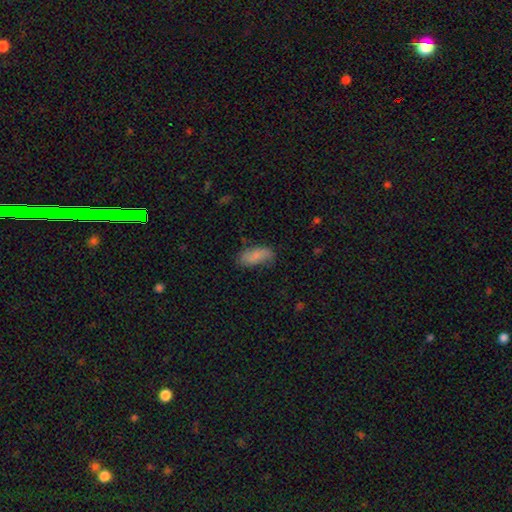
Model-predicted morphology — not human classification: Smooth or featured? smooth (75%)
How rounded? in between (88%)
Merging? none (67%)